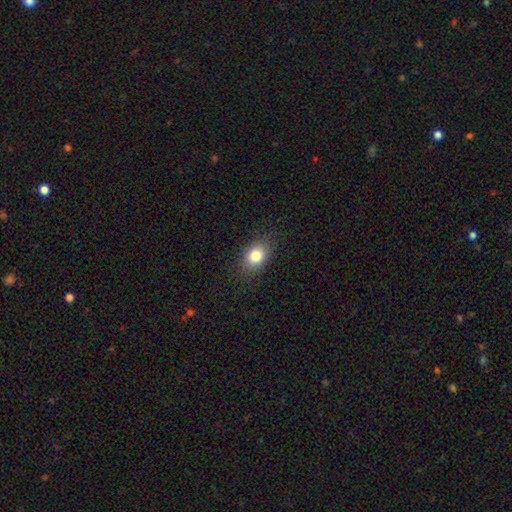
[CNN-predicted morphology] type=smooth (83%); roundness=in between (70%); merging=none (84%).